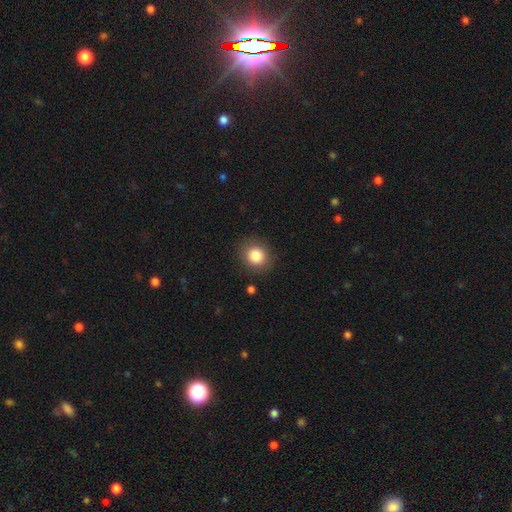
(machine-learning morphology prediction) The model was most divided on "how rounded": round: 83%, in between: 16%, cigar-shaped: 1%. More confident: merging — none (87%); smooth or featured — smooth (83%).